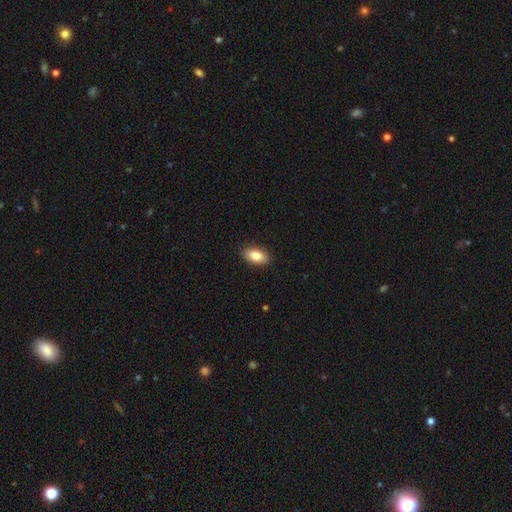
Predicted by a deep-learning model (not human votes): Smooth or featured?
  - smooth: 84% *
  - featured or disk: 9%
  - star or artifact: 7%
How rounded?
  - in between: 92% *
  - round: 4%
  - cigar-shaped: 4%
Merging?
  - none: 90% *
  - minor disturbance: 7%
  - major disturbance: 2%
  - merger: 1%